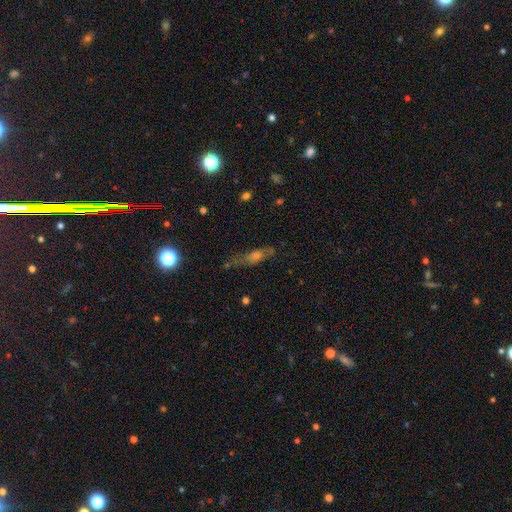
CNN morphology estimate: This appears to be a smooth galaxy with no disk features (40%). Merging: none (65%).